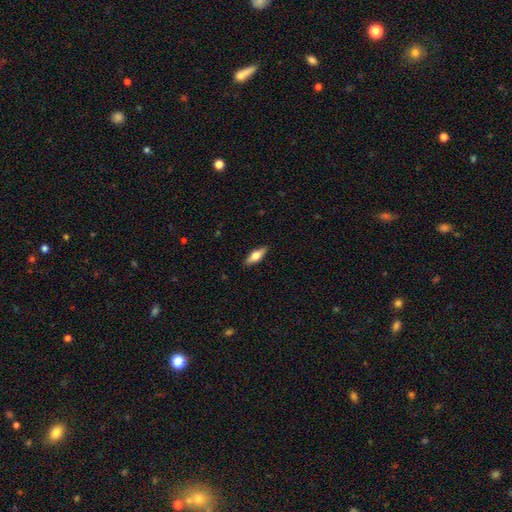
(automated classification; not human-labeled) Q: Smooth or featured?
A: smooth (50%); runner-up: featured or disk (44%)
Q: Merging?
A: none (88%); runner-up: minor disturbance (9%)